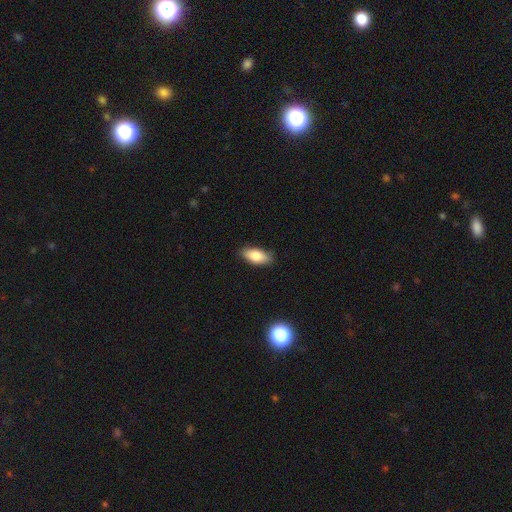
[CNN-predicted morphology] Overall: smooth (83%). How rounded: in between (88%). Merging: none (86%).